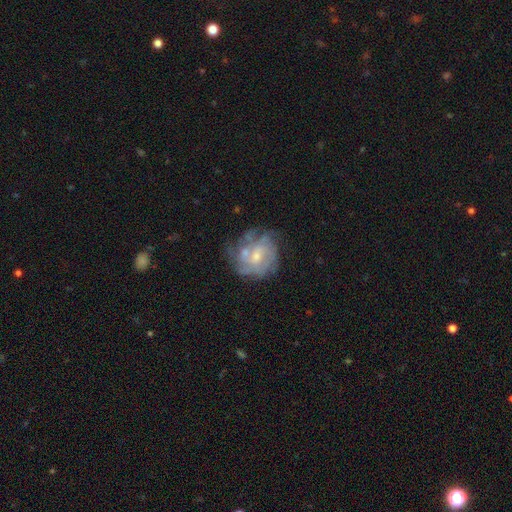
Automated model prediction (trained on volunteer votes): Q: Smooth or featured?
A: featured or disk (68%); runner-up: smooth (24%)
Q: Edge-on disk?
A: no (98%); runner-up: yes (2%)
Q: Bar?
A: no (60%); runner-up: weak (35%)
Q: Spiral arms?
A: yes (68%); runner-up: no (32%)
Q: Bulge size?
A: small (49%); runner-up: moderate (42%)
Q: Merging?
A: none (52%); runner-up: minor disturbance (23%)